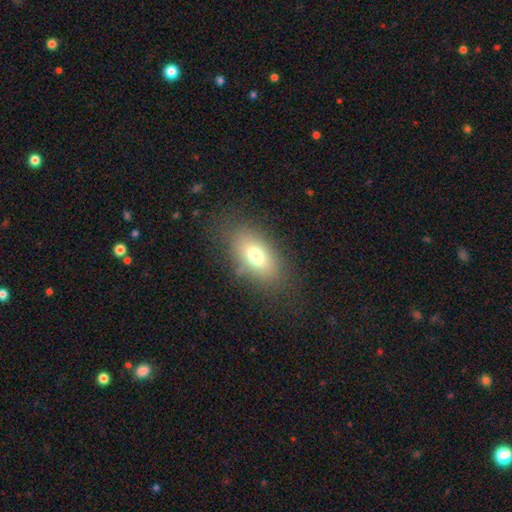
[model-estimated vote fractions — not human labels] Smooth or featured: smooth — 72% (featured or disk — 17%)
How rounded: in between — 86% (round — 10%)
Merging: none — 78% (minor disturbance — 14%)